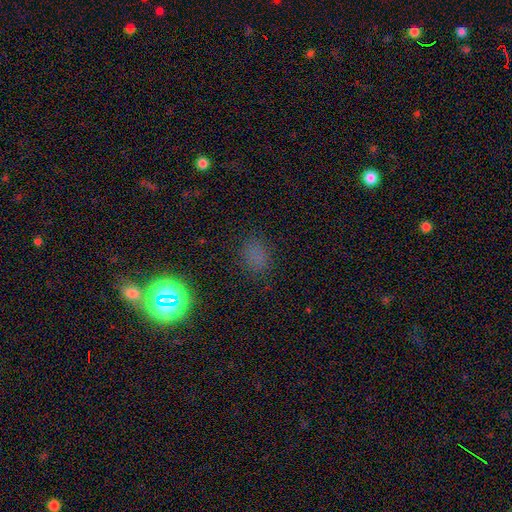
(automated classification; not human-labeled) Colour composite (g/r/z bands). It shows a smooth galaxy with no disk features (63%) that is in between round and cigar-shaped (65%). Merging: none (80%).